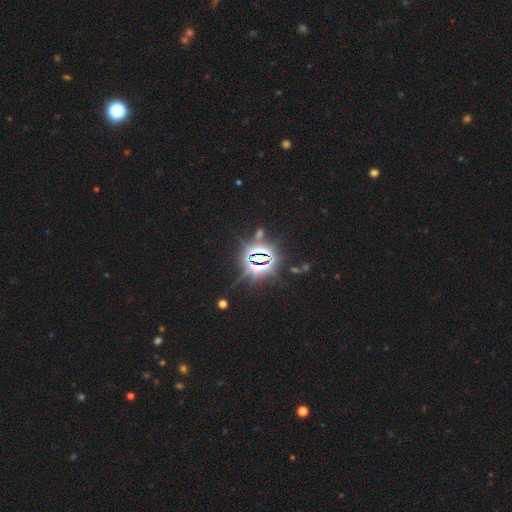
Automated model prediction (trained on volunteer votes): smooth-or-featured: star or artifact: 87% | smooth: 8% | featured or disk: 5%